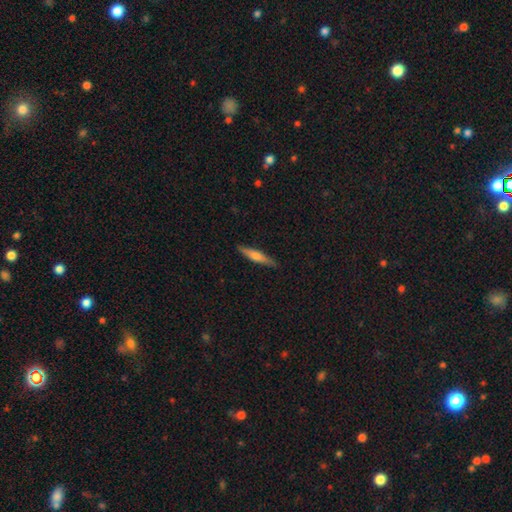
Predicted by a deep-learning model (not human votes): A featured or disk galaxy (49%). Merging: none (89%).